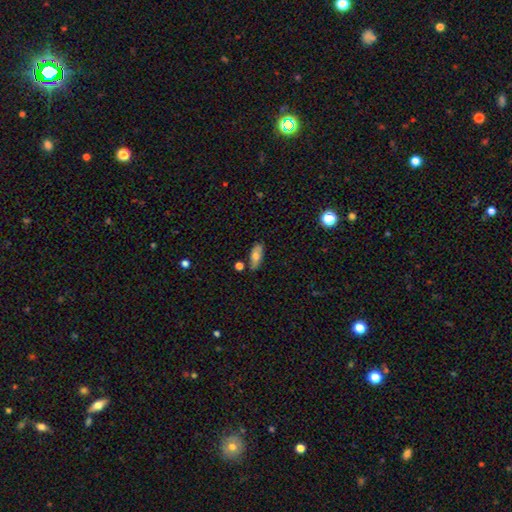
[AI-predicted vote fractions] A smooth galaxy with no disk features (69%) that is in between round and cigar-shaped (80%).

Vote fractions:
- Smooth or featured? smooth: 69% / featured or disk: 24% / star or artifact: 8%
- How rounded? in between: 80% / cigar-shaped: 17% / round: 3%
- Merging? none: 76% / minor disturbance: 16% / merger: 5% / major disturbance: 3%